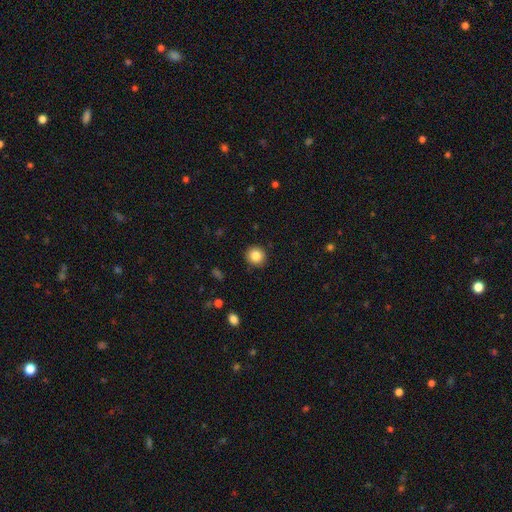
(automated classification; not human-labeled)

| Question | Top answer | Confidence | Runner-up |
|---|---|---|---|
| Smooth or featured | smooth | 84% | star or artifact (10%) |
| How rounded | round | 93% | in between (6%) |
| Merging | none | 91% | minor disturbance (6%) |